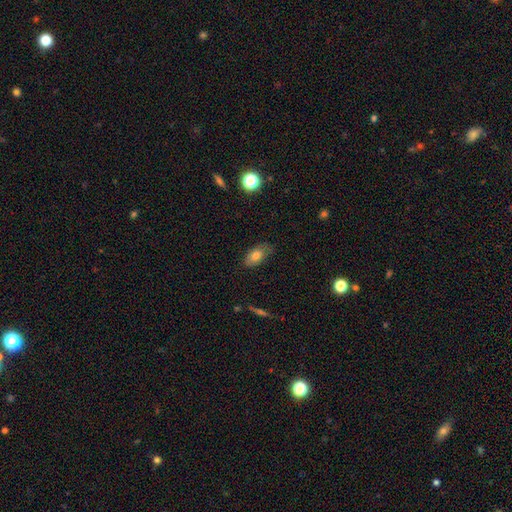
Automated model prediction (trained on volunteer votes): This is likely a smooth galaxy (75%). How rounded: clearly in between (91%). Merging: likely none (68%).